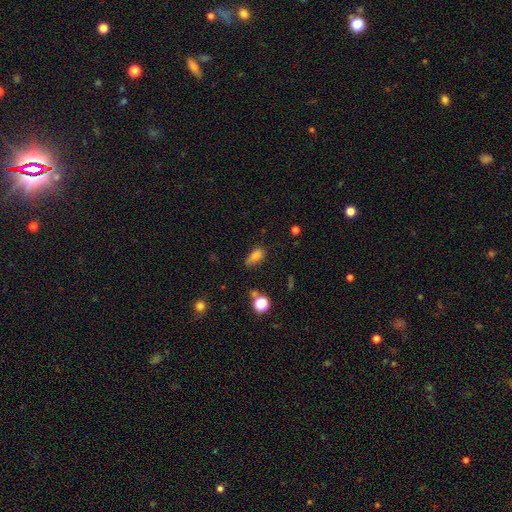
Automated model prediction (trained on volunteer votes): Smooth or featured? smooth (79%)
How rounded? in between (83%)
Merging? none (60%)